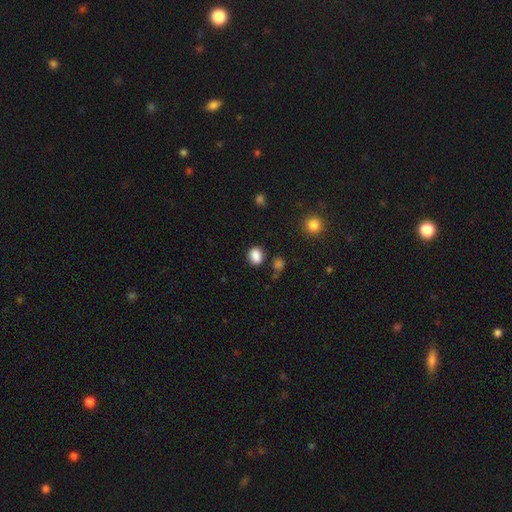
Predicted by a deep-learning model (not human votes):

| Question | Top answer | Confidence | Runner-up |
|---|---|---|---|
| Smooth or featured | smooth | 86% | star or artifact (10%) |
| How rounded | round | 53% | in between (46%) |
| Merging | none | 80% | minor disturbance (12%) |